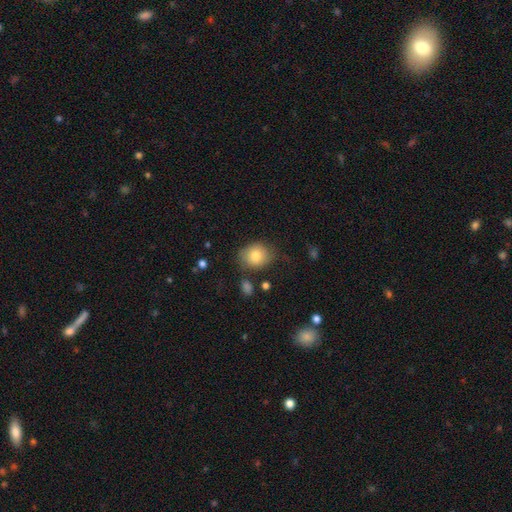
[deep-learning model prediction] Smooth or featured? smooth (80%)
How rounded? round (64%)
Merging? none (72%)